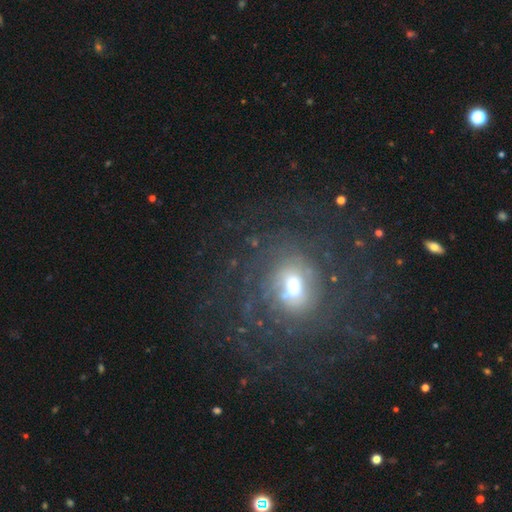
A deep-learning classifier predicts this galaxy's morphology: Overall: featured or disk (65%). Edge-on disk: no (93%). Bar: weak (41%; no 38%). Spiral arms: yes (76%). Bulge size: moderate (53%; small 28%). Merging: none (79%).